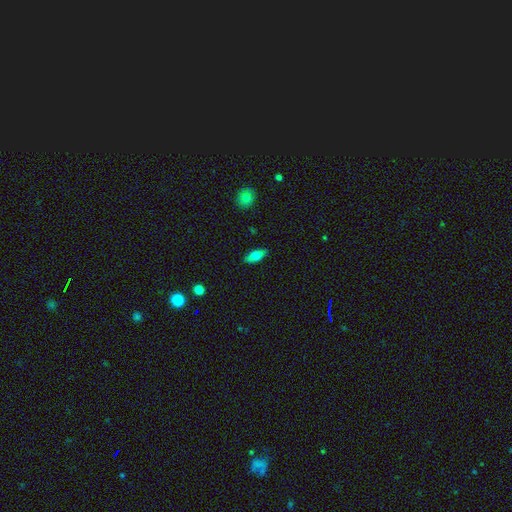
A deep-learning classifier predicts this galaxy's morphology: Smooth or featured: smooth — 71% (featured or disk — 22%)
How rounded: in between — 74% (cigar-shaped — 23%)
Merging: none — 88% (minor disturbance — 9%)